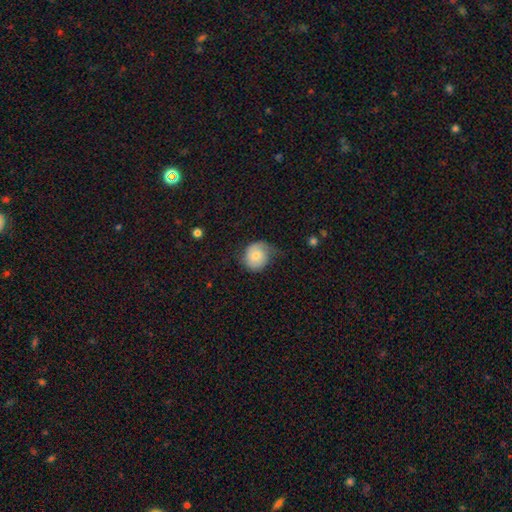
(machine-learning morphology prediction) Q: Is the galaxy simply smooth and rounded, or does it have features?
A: smooth — 58%.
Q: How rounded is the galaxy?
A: round — 77%.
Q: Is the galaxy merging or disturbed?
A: none — 45%.